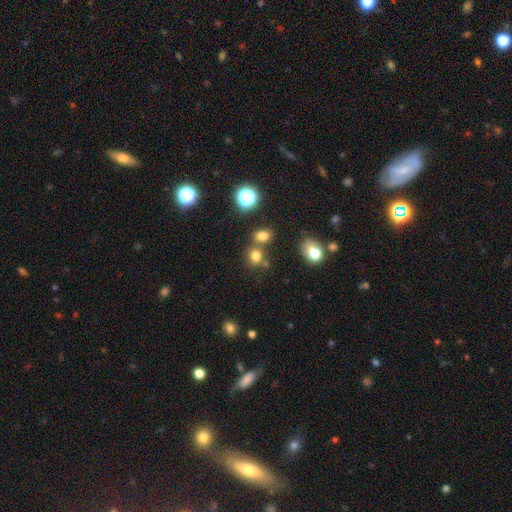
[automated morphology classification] Smooth or featured: smooth — 74% (star or artifact — 18%)
How rounded: round — 71% (in between — 27%)
Merging: none — 60% (merger — 25%)